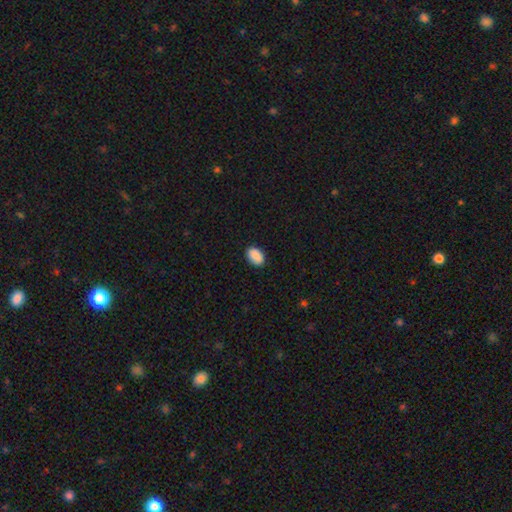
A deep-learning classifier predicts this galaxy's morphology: type=smooth (89%); roundness=in between (87%); merging=none (88%).